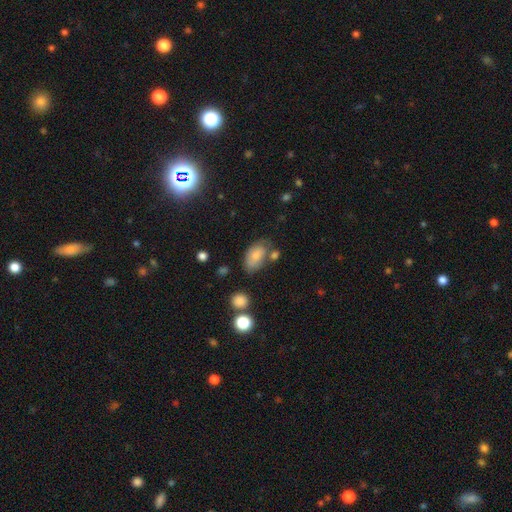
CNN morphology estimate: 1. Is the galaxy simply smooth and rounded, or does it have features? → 71% smooth, 21% featured or disk, 8% star or artifact.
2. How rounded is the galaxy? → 90% in between, 8% round, 2% cigar-shaped.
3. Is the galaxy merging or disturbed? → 54% none, 25% minor disturbance, 11% merger, 9% major disturbance.